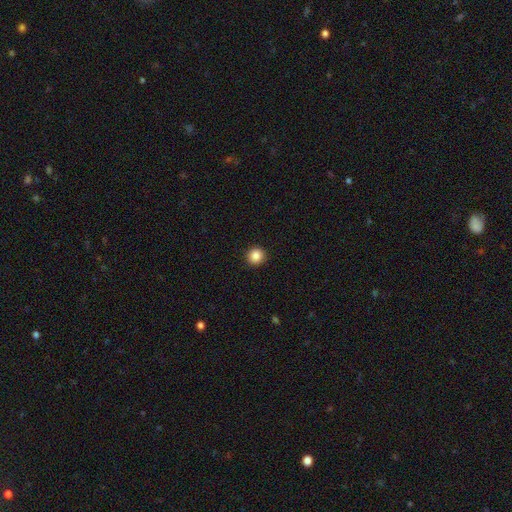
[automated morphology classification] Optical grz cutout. It shows a smooth galaxy with no disk features (87%) that is round (94%). Merging: none (93%).